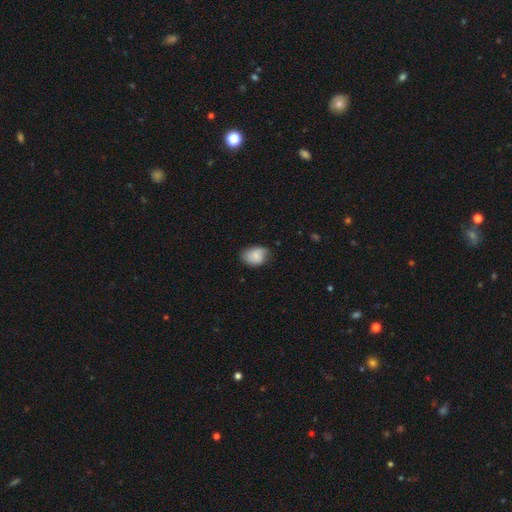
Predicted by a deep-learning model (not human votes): Overall: smooth (76%). How rounded: in between (70%). Merging: none (59%; minor disturbance 32%).